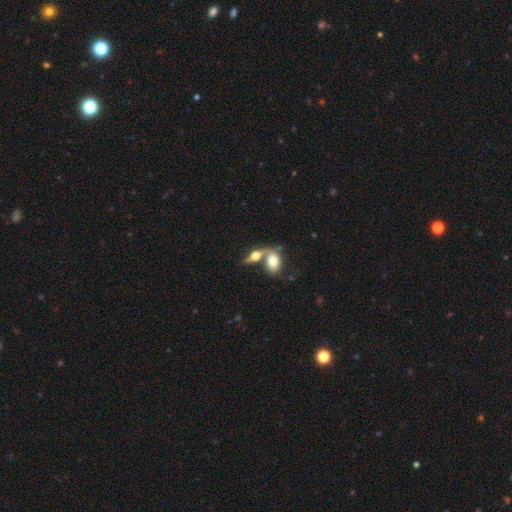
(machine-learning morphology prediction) Smooth or featured? Predicted: smooth (p=0.54). How rounded? Predicted: in between (p=0.71). Merging? Predicted: merger (p=0.53).